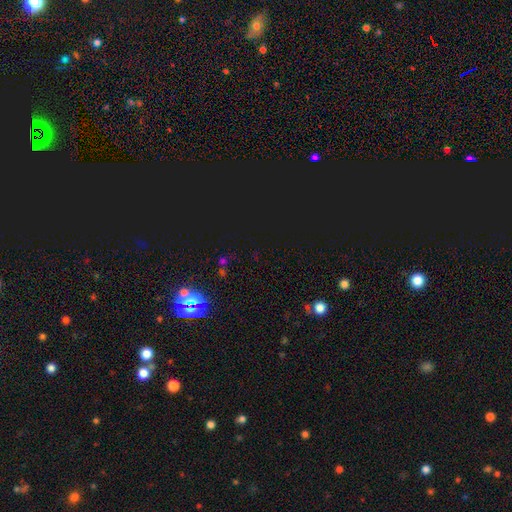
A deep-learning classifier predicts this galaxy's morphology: Q: Smooth or featured?
A: star or artifact (74%); runner-up: smooth (19%)